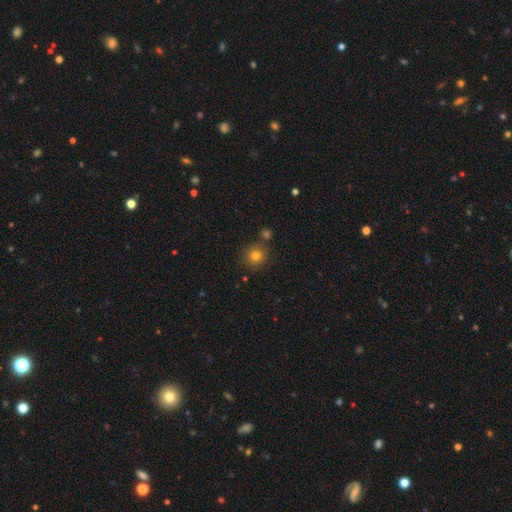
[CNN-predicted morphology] This is likely a smooth galaxy (80%). How rounded: clearly round (92%). Merging: clearly none (80%).